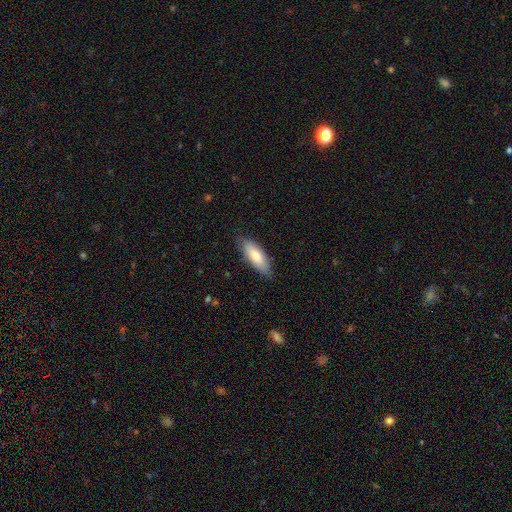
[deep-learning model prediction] Morphology: type=smooth (77%); roundness=in between (67%); merging=none (81%).